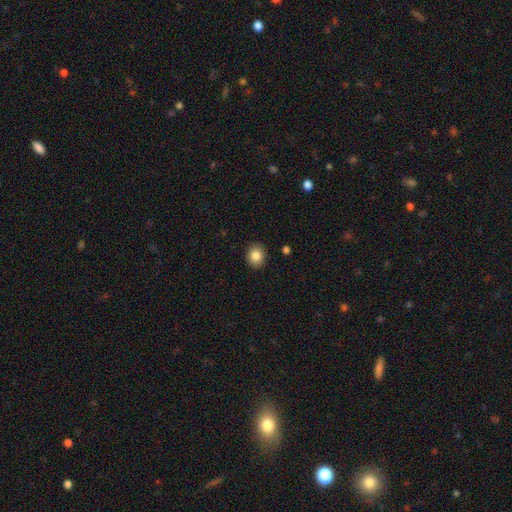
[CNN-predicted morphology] This is clearly a smooth galaxy (85%). How rounded: likely round (72%). Merging: clearly none (90%).